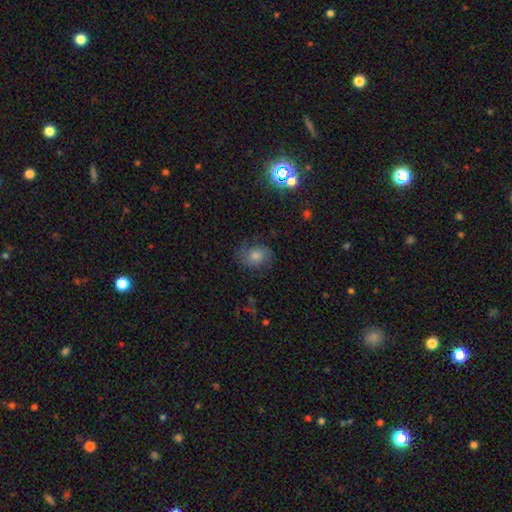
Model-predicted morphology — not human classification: This appears to be a featured or disk galaxy (46%). Merging: none (72%).